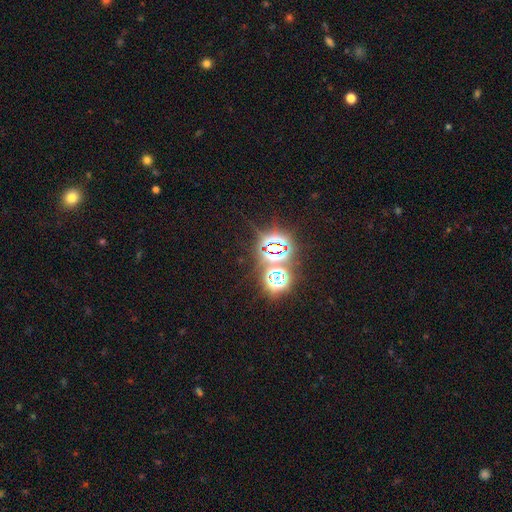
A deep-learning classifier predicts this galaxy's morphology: smooth_or_featured: star or artifact (p=0.77) [alt: smooth p=0.16]